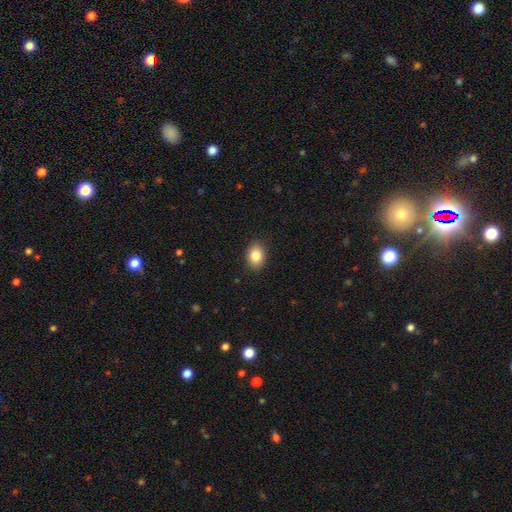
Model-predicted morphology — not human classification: type=smooth (85%); roundness=in between (69%); merging=none (88%).